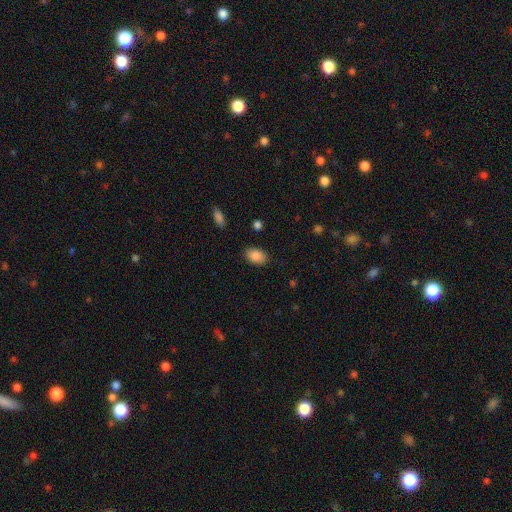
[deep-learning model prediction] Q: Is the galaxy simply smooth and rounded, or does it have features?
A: smooth — 87%.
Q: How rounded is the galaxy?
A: in between — 87%.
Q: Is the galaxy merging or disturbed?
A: none — 86%.